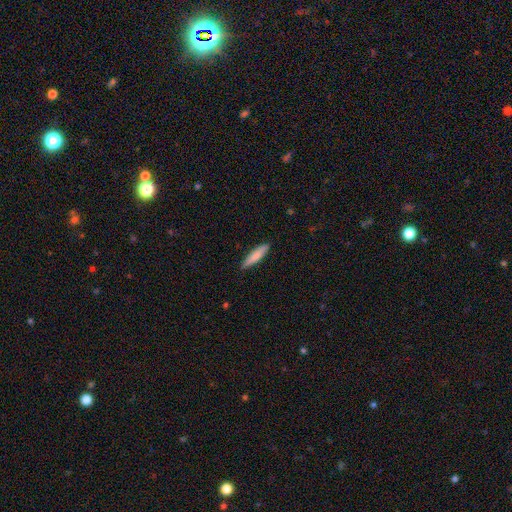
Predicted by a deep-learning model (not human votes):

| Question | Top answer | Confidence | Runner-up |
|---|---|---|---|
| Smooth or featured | smooth | 79% | featured or disk (16%) |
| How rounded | cigar-shaped | 82% | in between (16%) |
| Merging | none | 86% | minor disturbance (11%) |